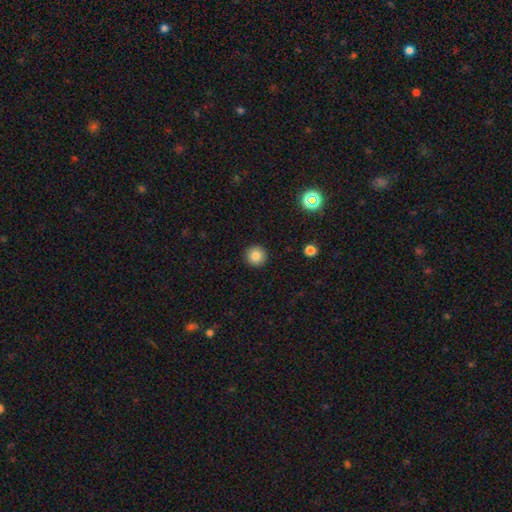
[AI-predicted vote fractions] smooth_or_featured: smooth (p=0.83) [alt: star or artifact p=0.11]
how_rounded: round (p=0.95) [alt: in between p=0.04]
merging: none (p=0.93) [alt: minor disturbance p=0.05]